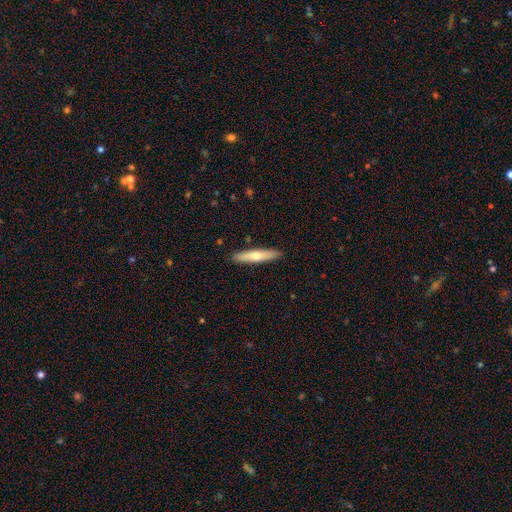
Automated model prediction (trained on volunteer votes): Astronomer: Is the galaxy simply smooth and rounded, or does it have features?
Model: smooth — 55% (runner-up: featured or disk, 39%).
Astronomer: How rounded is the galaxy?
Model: cigar-shaped — 88%.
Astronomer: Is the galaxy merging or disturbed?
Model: none — 91%.